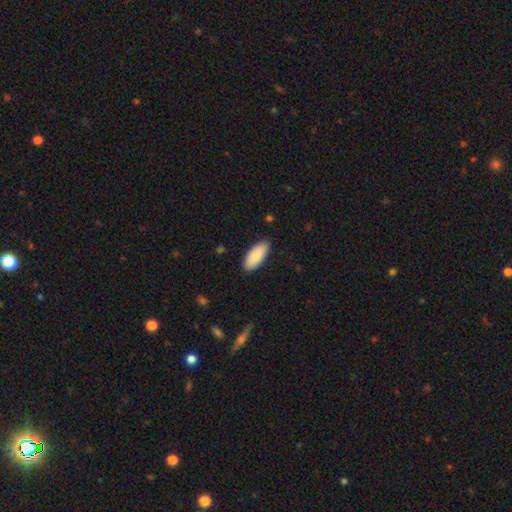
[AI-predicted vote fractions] smooth-or-featured: smooth: 88% | featured or disk: 6% | star or artifact: 6%
  how-rounded: in between: 88% | cigar-shaped: 11% | round: 2%
  merging: none: 88% | minor disturbance: 10% | major disturbance: 2% | merger: 1%